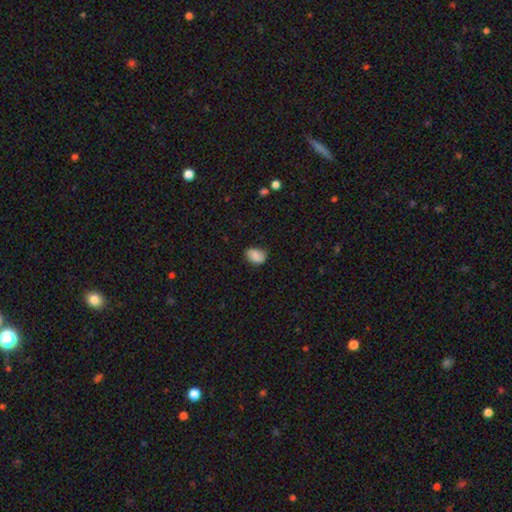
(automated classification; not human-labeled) A smooth galaxy with no disk features (83%) that is in between round and cigar-shaped (81%).

Vote fractions:
- Smooth or featured? smooth: 83% / featured or disk: 9% / star or artifact: 8%
- How rounded? in between: 81% / round: 18% / cigar-shaped: 1%
- Merging? none: 72% / minor disturbance: 22% / major disturbance: 4% / merger: 1%